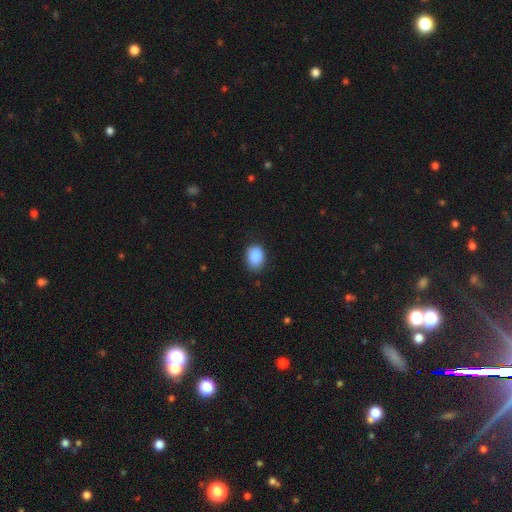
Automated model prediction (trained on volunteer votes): Smooth or featured? smooth (88%)
How rounded? in between (71%)
Merging? none (77%)